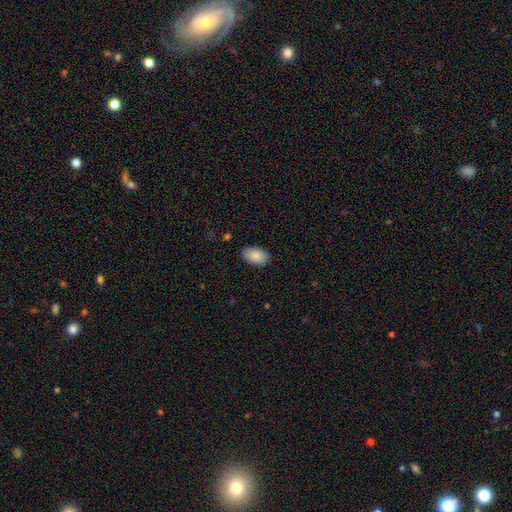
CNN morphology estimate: smooth-or-featured: smooth: 88% | star or artifact: 6% | featured or disk: 5%
  how-rounded: in between: 93% | round: 5% | cigar-shaped: 1%
  merging: none: 86% | minor disturbance: 11% | major disturbance: 2% | merger: 1%